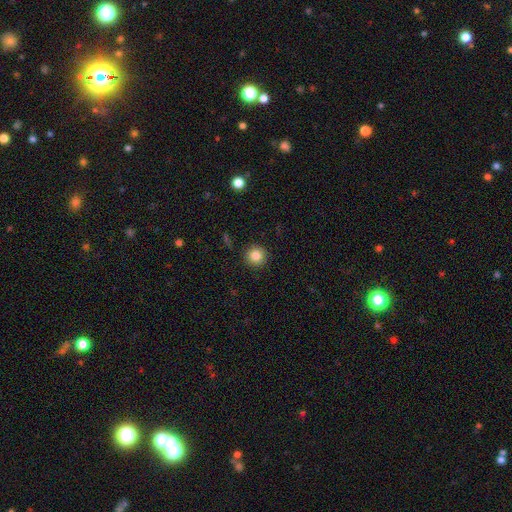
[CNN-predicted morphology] smooth_or_featured: smooth (p=0.85) [alt: star or artifact p=0.10]
how_rounded: round (p=0.94) [alt: in between p=0.05]
merging: none (p=0.91) [alt: minor disturbance p=0.06]